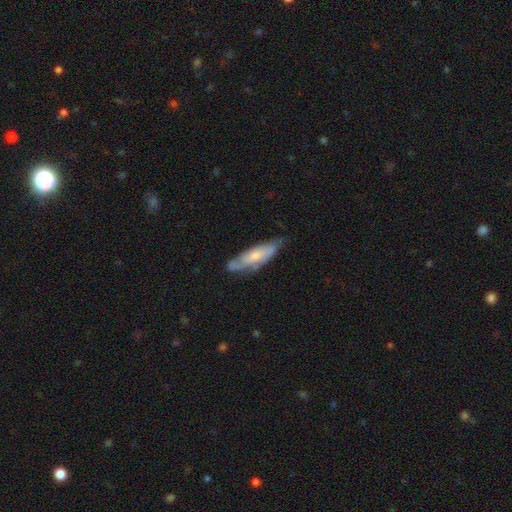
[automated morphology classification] Smooth or featured: featured or disk — 47% (tied with smooth — 47%)
Merging: none — 60% (minor disturbance — 30%)